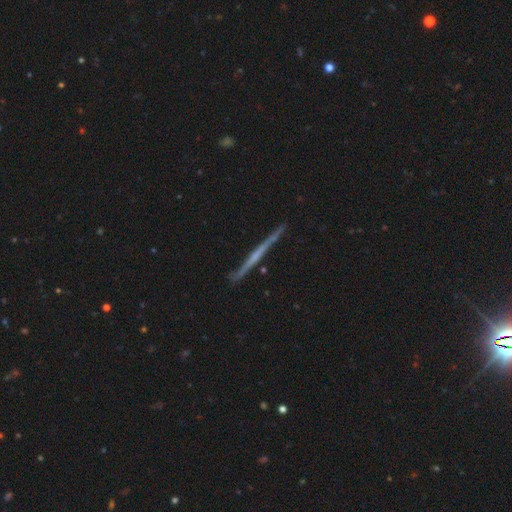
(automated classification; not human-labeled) featured or disk 68%, smooth 27%, star or artifact 5%. Down the decision tree: edge-on disk — yes (98%); edge-on bulge — none (78%); merging — none (88%).